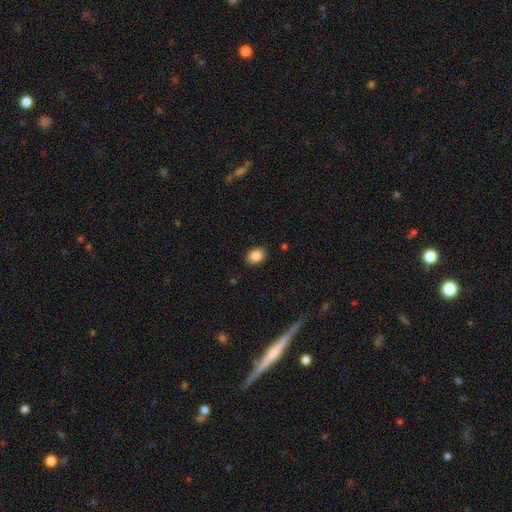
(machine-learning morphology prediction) This appears to be a smooth galaxy with no disk features (88%) that is in between round and cigar-shaped (68%). Merging: none (88%).